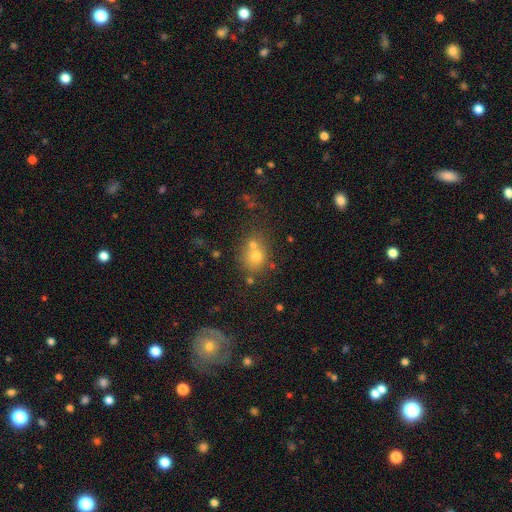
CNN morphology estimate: smooth_or_featured: smooth (p=0.67) [alt: star or artifact p=0.18]
how_rounded: round (p=0.72) [alt: in between p=0.27]
merging: none (p=0.48) [alt: merger p=0.38]